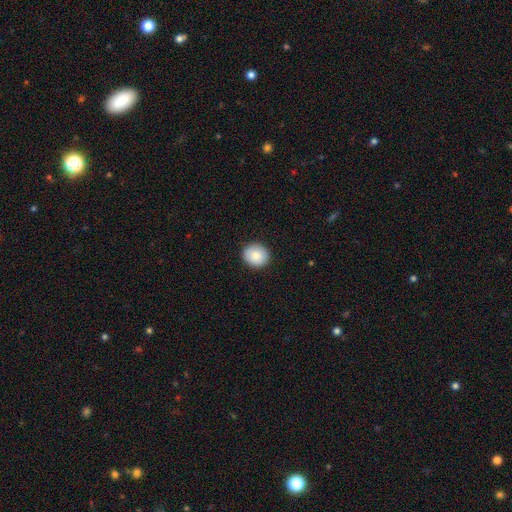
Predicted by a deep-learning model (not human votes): The model was most divided on "how rounded": round: 76%, in between: 23%, cigar-shaped: 1%. More confident: merging — none (90%); smooth or featured — smooth (83%).